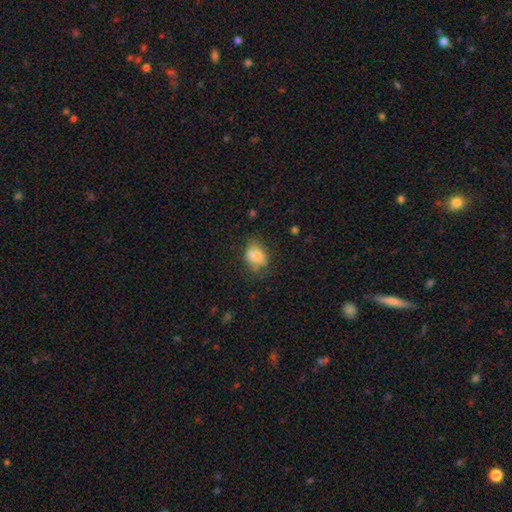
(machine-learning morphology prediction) Q: Smooth or featured?
A: smooth (74%); runner-up: featured or disk (16%)
Q: How rounded?
A: in between (65%); runner-up: round (33%)
Q: Merging?
A: none (51%); runner-up: minor disturbance (29%)